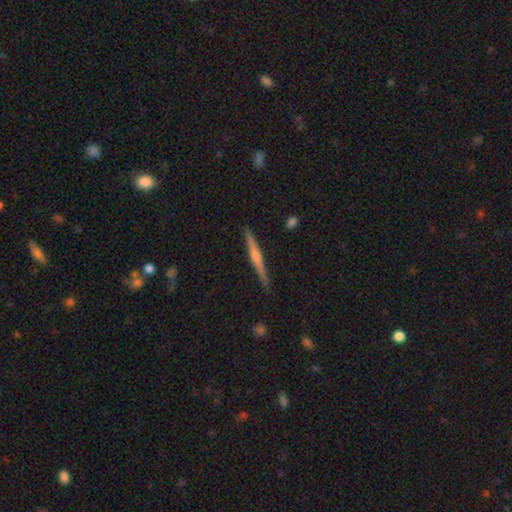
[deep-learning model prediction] This is likely a featured or disk galaxy (75%). It is clearly viewed edge-on (98%). Edge-on bulge: clearly rounded (81%). Merging: clearly none (91%).